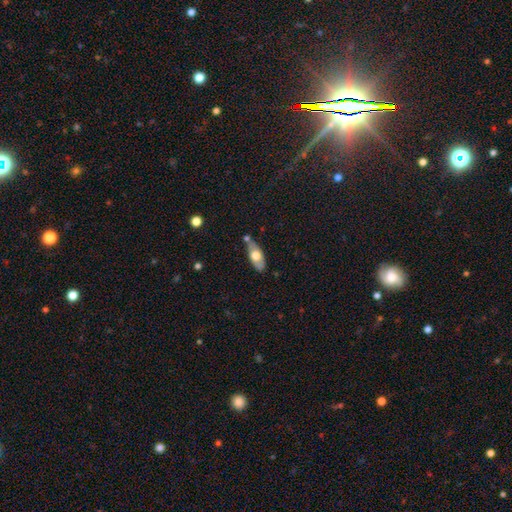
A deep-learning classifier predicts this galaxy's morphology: A smooth galaxy with no disk features (57%) that is in between round and cigar-shaped (82%). Merging: none (68%).